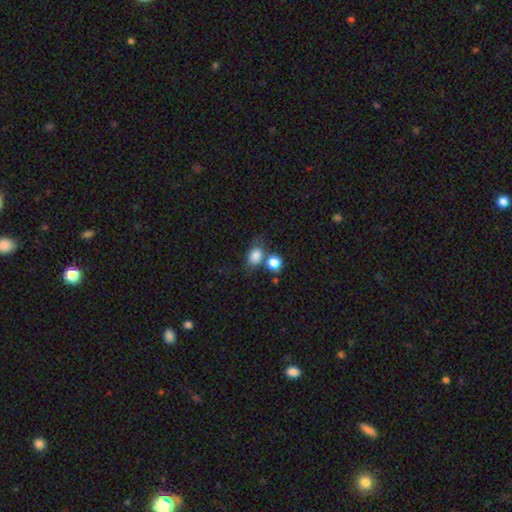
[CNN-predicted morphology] Smooth or featured? smooth (82%)
How rounded? in between (56%)
Merging? none (50%)